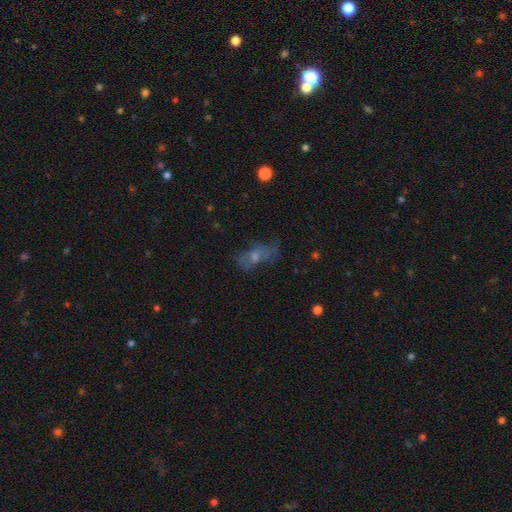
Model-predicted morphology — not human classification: smooth-or-featured: smooth: 44% | featured or disk: 39% | star or artifact: 16%
  merging: none: 50% | minor disturbance: 24% | major disturbance: 22% | merger: 4%